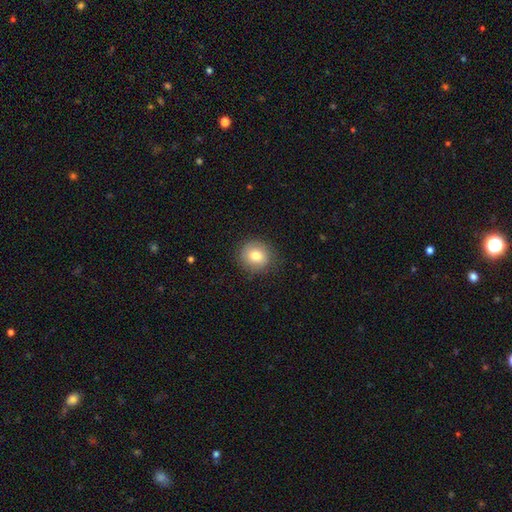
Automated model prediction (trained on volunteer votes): Smooth or featured?
  - smooth: 78% *
  - featured or disk: 13%
  - star or artifact: 9%
How rounded?
  - round: 88% *
  - in between: 11%
  - cigar-shaped: 1%
Merging?
  - none: 84% *
  - minor disturbance: 12%
  - major disturbance: 3%
  - merger: 1%